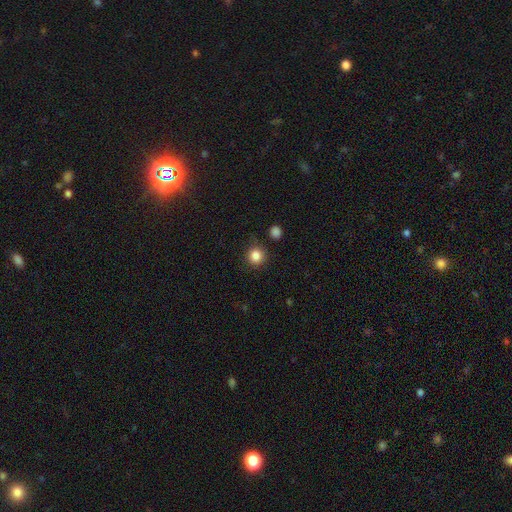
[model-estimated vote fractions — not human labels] Smooth or featured?
  - smooth: 85% *
  - star or artifact: 11%
  - featured or disk: 4%
How rounded?
  - round: 91% *
  - in between: 8%
  - cigar-shaped: 1%
Merging?
  - none: 83% *
  - minor disturbance: 11%
  - major disturbance: 3%
  - merger: 3%